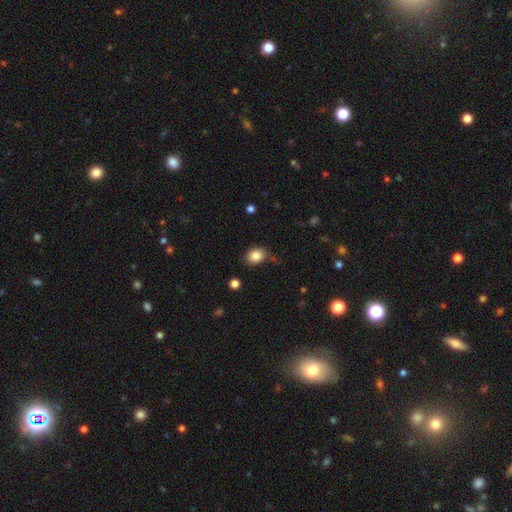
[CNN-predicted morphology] smooth-or-featured: smooth: 85% | star or artifact: 9% | featured or disk: 6%
  how-rounded: in between: 58% | round: 41% | cigar-shaped: 1%
  merging: none: 72% | minor disturbance: 19% | major disturbance: 5% | merger: 4%